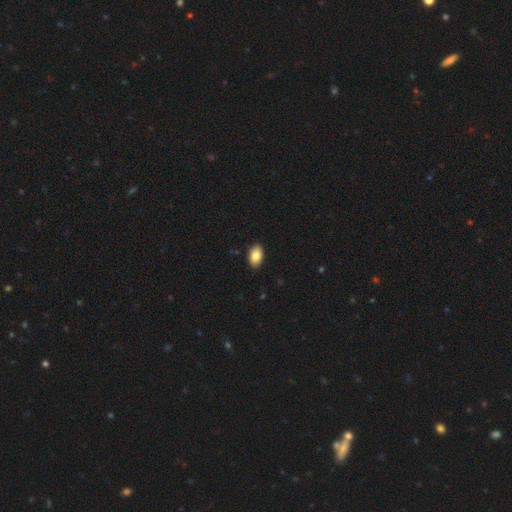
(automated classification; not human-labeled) Smooth or featured: smooth — 85% (featured or disk — 8%)
How rounded: in between — 92% (round — 7%)
Merging: none — 89% (minor disturbance — 8%)